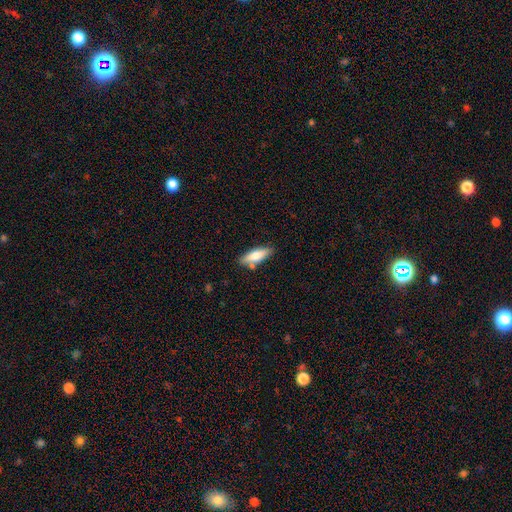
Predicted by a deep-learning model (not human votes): Morphology: type=smooth (73%); roundness=in between (54%); merging=none (75%).